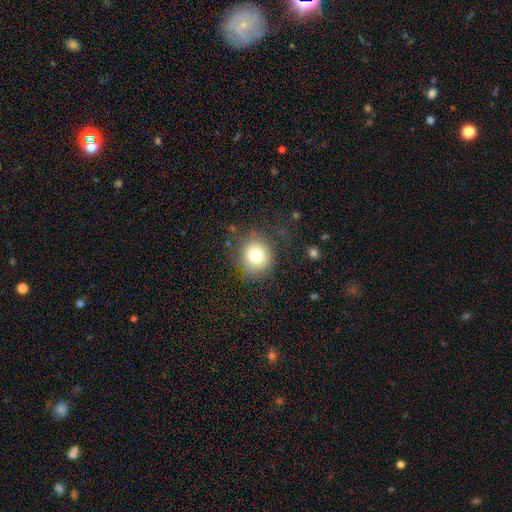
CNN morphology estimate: A smooth galaxy with no disk features (78%) that is round (85%). Merging: none (79%).